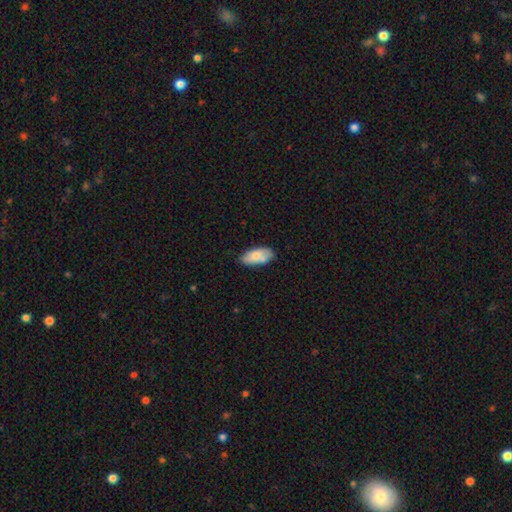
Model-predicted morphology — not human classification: A smooth galaxy with no disk features (75%) that is in between round and cigar-shaped (90%).

Vote fractions:
- Smooth or featured? smooth: 75% / featured or disk: 19% / star or artifact: 6%
- How rounded? in between: 90% / cigar-shaped: 8% / round: 2%
- Merging? none: 65% / minor disturbance: 20% / merger: 10% / major disturbance: 4%